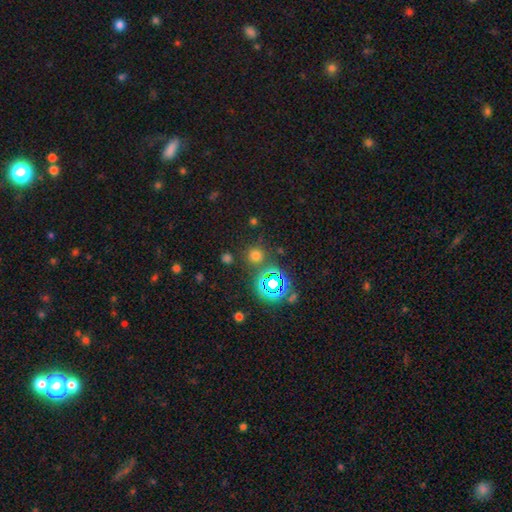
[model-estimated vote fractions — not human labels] smooth_or_featured: smooth (p=0.60) [alt: star or artifact p=0.34]
how_rounded: round (p=0.92) [alt: in between p=0.07]
merging: none (p=0.82) [alt: minor disturbance p=0.08]